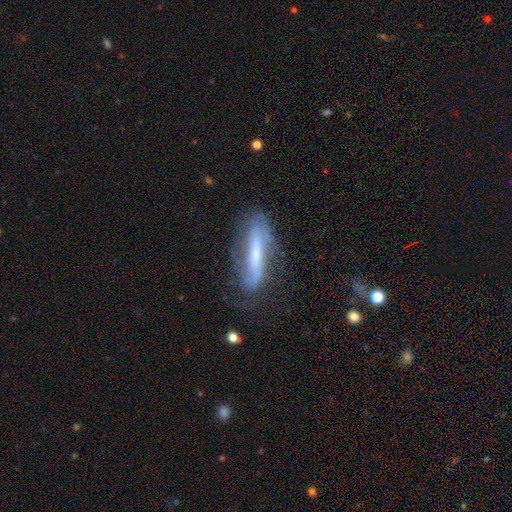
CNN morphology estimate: This is likely a featured or disk galaxy (64%). It is possibly not viewed edge-on (54%). Merging: likely none (69%).